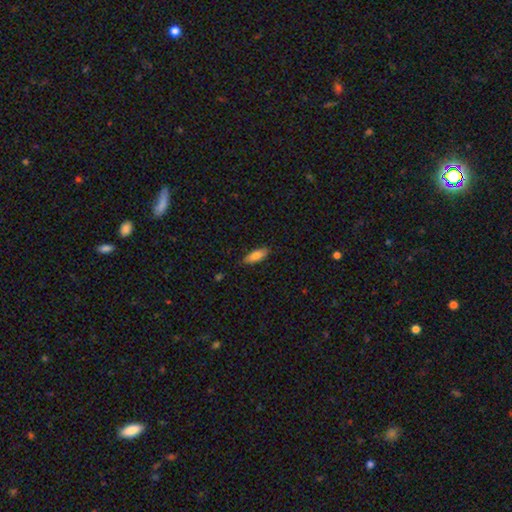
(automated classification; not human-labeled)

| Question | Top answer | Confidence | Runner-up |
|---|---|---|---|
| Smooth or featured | smooth | 82% | featured or disk (12%) |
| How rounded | in between | 72% | cigar-shaped (26%) |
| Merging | none | 83% | minor disturbance (13%) |